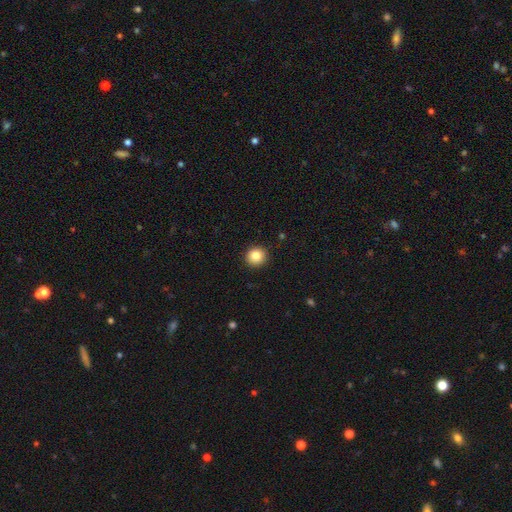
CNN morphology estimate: Overall: smooth (84%). How rounded: round (93%). Merging: none (92%).